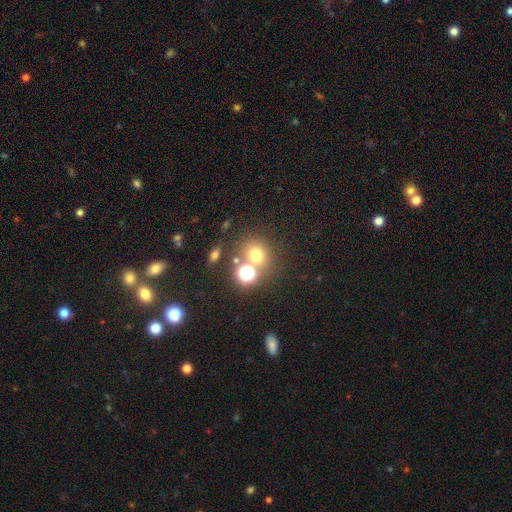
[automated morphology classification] Smooth or featured? Predicted: smooth (p=0.65). How rounded? Predicted: round (p=0.77). Merging? Predicted: none (p=0.61).